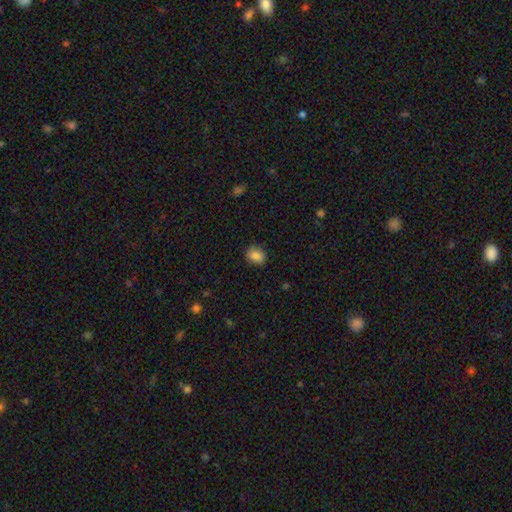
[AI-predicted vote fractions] Smooth or featured? smooth (86%)
How rounded? in between (51%)
Merging? none (81%)